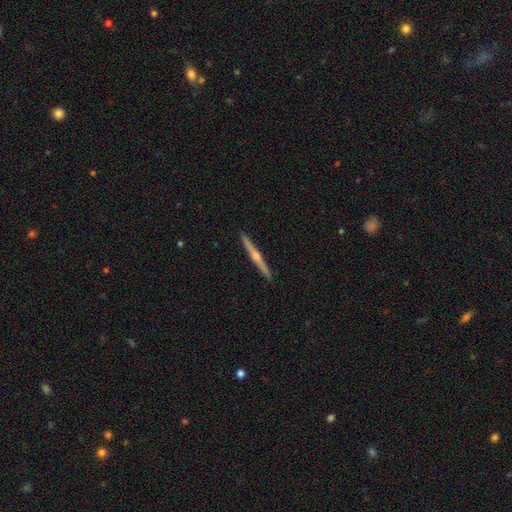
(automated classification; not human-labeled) This is likely a featured or disk galaxy (68%). It is clearly viewed edge-on (96%). Edge-on bulge: likely rounded (72%). Merging: clearly none (89%).